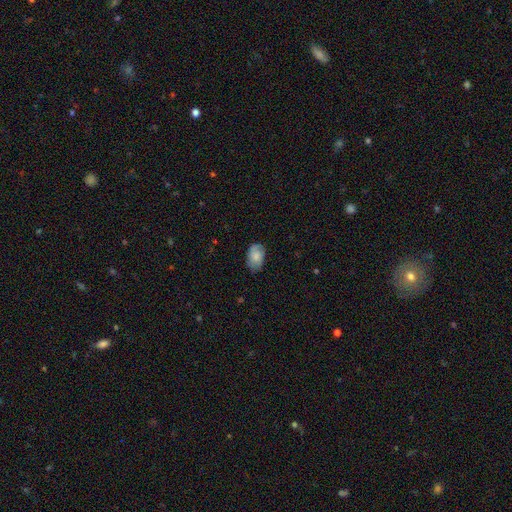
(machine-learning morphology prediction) type=smooth (75%); roundness=in between (88%); merging=none (74%).